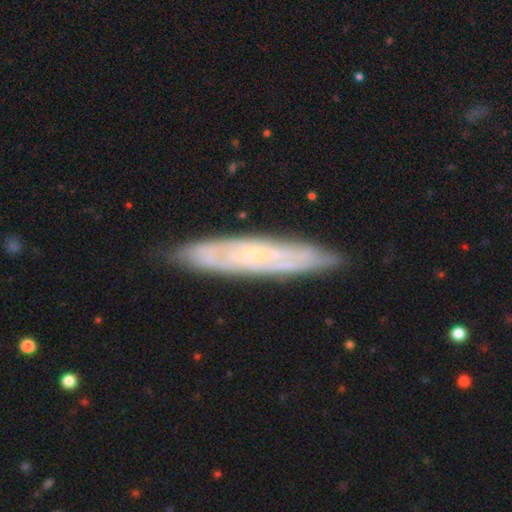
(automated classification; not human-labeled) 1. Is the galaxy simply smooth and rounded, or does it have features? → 72% featured or disk, 21% smooth, 7% star or artifact.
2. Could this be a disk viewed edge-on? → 55% no, 45% yes.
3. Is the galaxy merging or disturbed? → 83% none, 13% minor disturbance, 3% major disturbance, 1% merger.